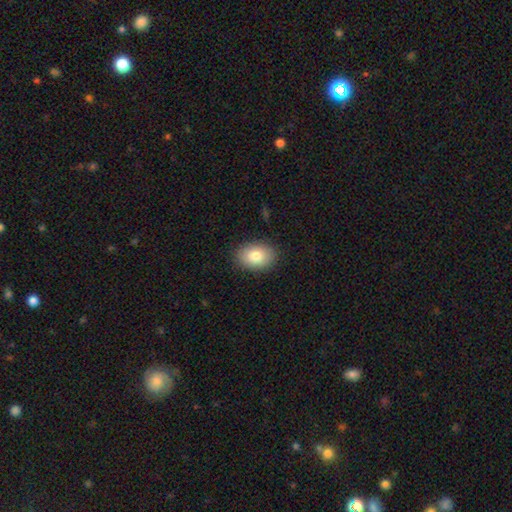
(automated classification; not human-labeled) smooth-or-featured: smooth: 82% | featured or disk: 10% | star or artifact: 8%
  how-rounded: in between: 77% | round: 22% | cigar-shaped: 1%
  merging: none: 88% | minor disturbance: 9% | major disturbance: 2% | merger: 1%